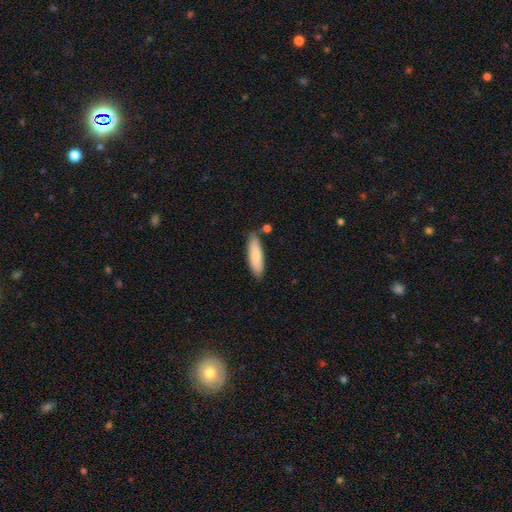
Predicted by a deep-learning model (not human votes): smooth 81%, featured or disk 14%, star or artifact 6%. Down the decision tree: how rounded — cigar-shaped (54%); merging — none (77%).